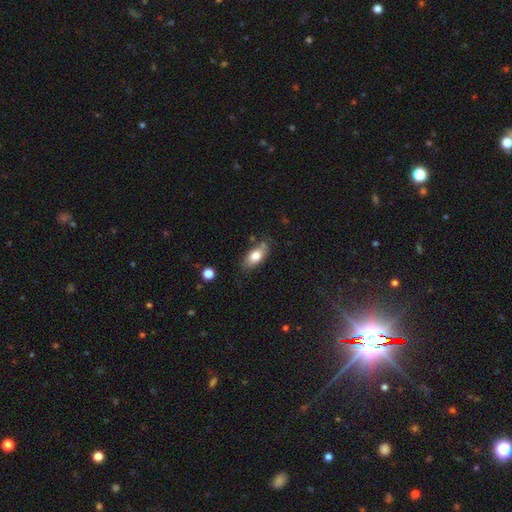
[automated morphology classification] This is likely a smooth galaxy (76%). How rounded: clearly in between (87%). Merging: likely none (73%).